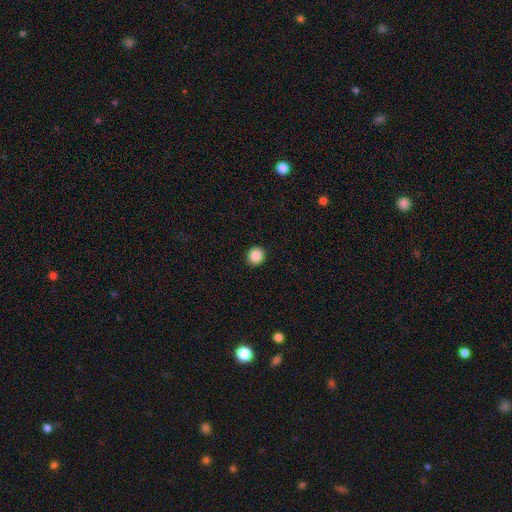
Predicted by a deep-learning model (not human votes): A smooth galaxy with no disk features (87%) that is round (93%).

Vote fractions:
- Smooth or featured? smooth: 87% / star or artifact: 9% / featured or disk: 4%
- How rounded? round: 93% / in between: 6% / cigar-shaped: 1%
- Merging? none: 94% / minor disturbance: 4% / major disturbance: 1% / merger: 1%